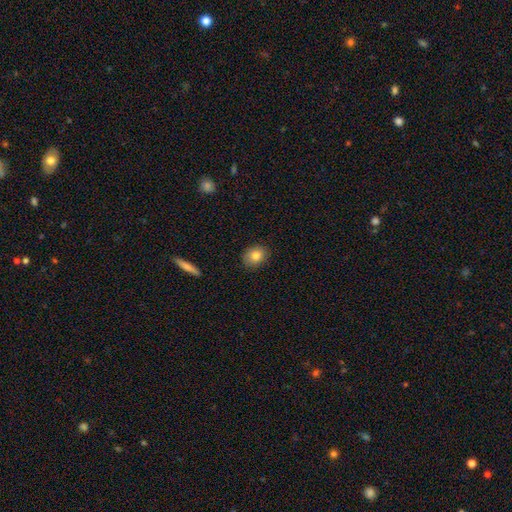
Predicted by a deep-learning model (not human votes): smooth 82%, featured or disk 9%, star or artifact 9%. Down the decision tree: how rounded — in between (50%); merging — none (87%).